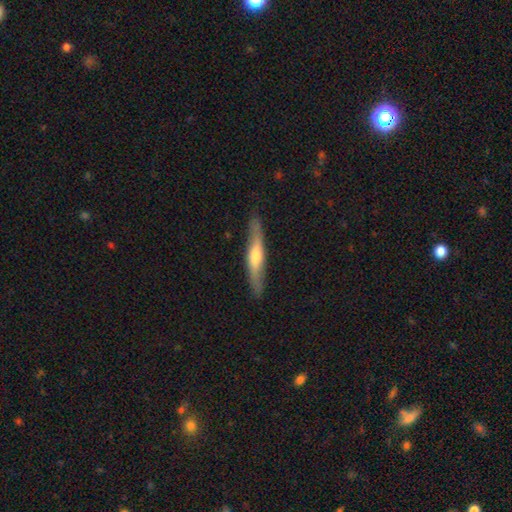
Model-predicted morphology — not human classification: Smooth or featured? featured or disk (52%)
Edge-on disk? yes (90%)
Merging? none (86%)